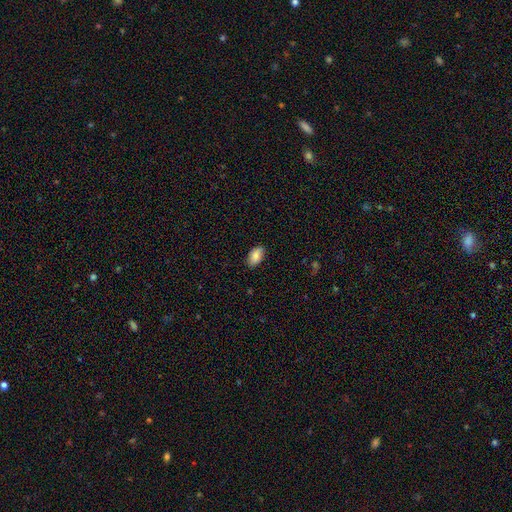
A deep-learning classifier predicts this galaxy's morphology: smooth 85%, featured or disk 8%, star or artifact 7%. Down the decision tree: how rounded — in between (94%); merging — none (85%).